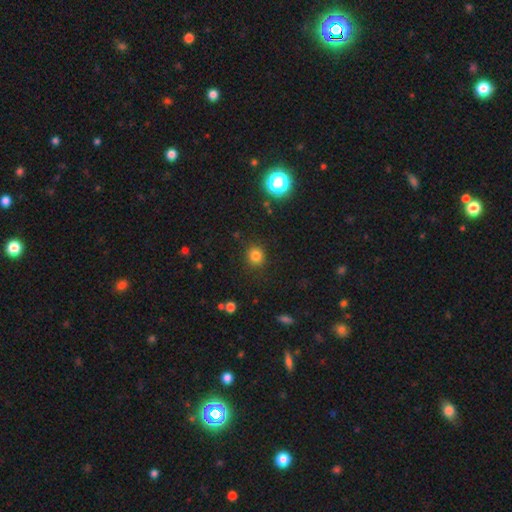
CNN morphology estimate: type=smooth (80%); roundness=round (88%); merging=none (88%).